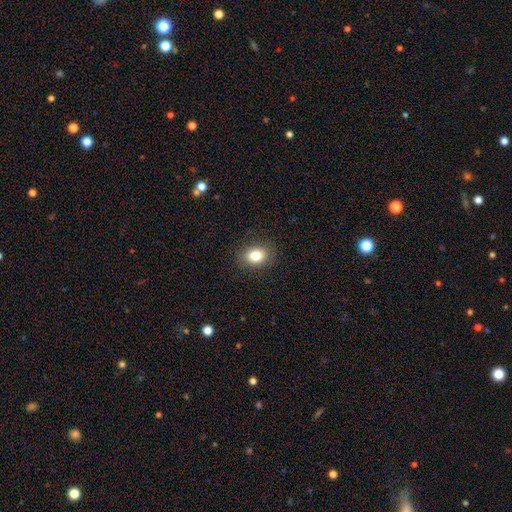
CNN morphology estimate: Smooth or featured? Predicted: smooth (p=0.81). How rounded? Predicted: in between (p=0.61). Merging? Predicted: none (p=0.87).